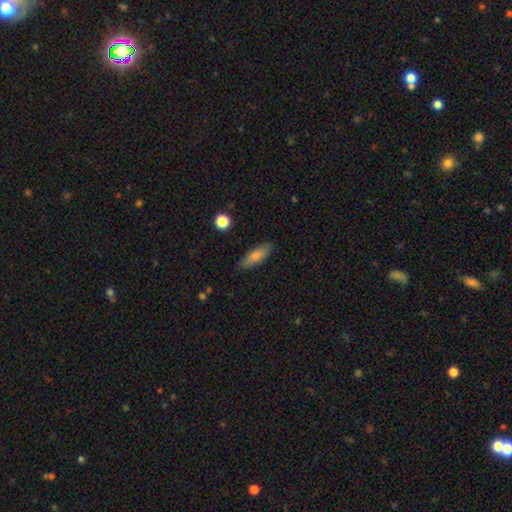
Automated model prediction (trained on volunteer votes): A smooth galaxy with no disk features (72%) that is in between round and cigar-shaped (50%).

Vote fractions:
- Smooth or featured? smooth: 72% / featured or disk: 20% / star or artifact: 7%
- How rounded? in between: 50% / cigar-shaped: 47% / round: 3%
- Merging? none: 87% / minor disturbance: 10% / major disturbance: 2% / merger: 1%